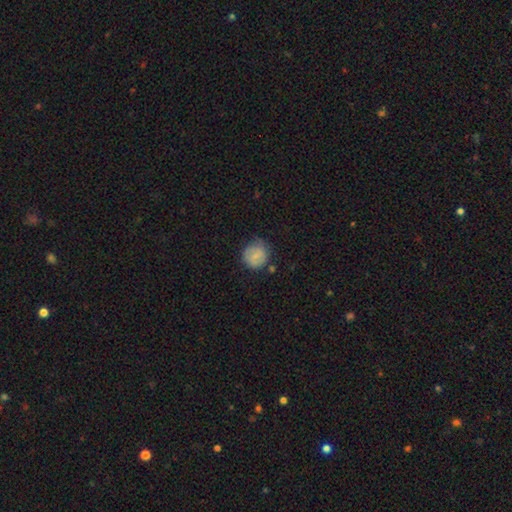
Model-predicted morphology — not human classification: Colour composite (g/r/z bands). It shows a smooth galaxy with no disk features (70%) that is round (85%). Merging: none (63%).